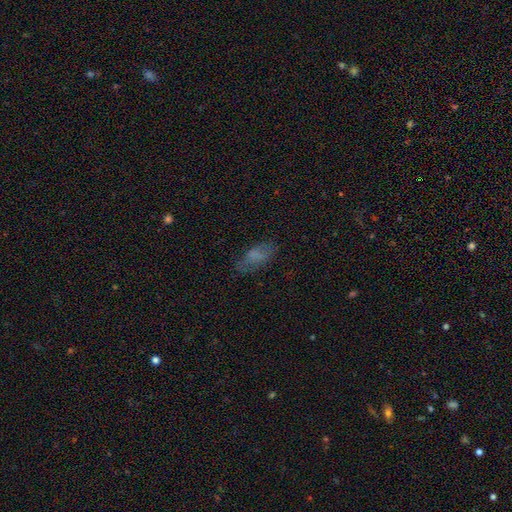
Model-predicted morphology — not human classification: smooth 68%, featured or disk 20%, star or artifact 12%. Down the decision tree: how rounded — in between (82%); merging — none (68%).